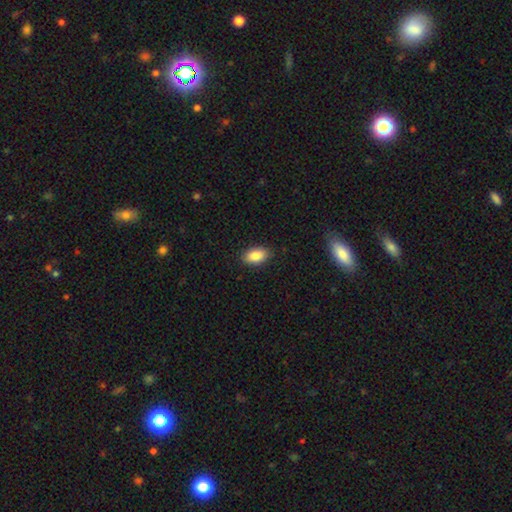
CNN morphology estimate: The model was most divided on "merging": none: 88%, minor disturbance: 9%, major disturbance: 2%, merger: 1%. More confident: how rounded — in between (91%); smooth or featured — smooth (86%).